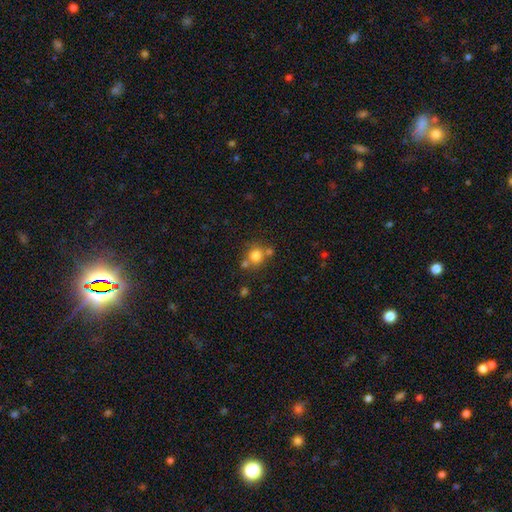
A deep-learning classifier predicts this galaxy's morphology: A smooth galaxy with no disk features (78%) that is round (85%).

Vote fractions:
- Smooth or featured? smooth: 78% / star or artifact: 13% / featured or disk: 9%
- How rounded? round: 85% / in between: 14% / cigar-shaped: 1%
- Merging? none: 62% / merger: 24% / minor disturbance: 11% / major disturbance: 4%